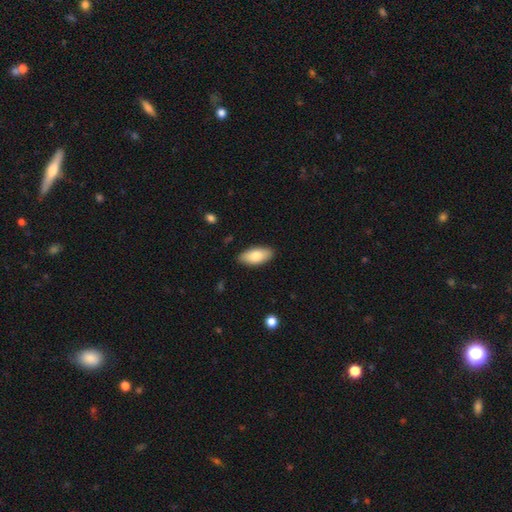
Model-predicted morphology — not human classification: Smooth or featured?
  - smooth: 80% *
  - featured or disk: 14%
  - star or artifact: 6%
How rounded?
  - in between: 90% *
  - cigar-shaped: 8%
  - round: 2%
Merging?
  - none: 87% *
  - minor disturbance: 10%
  - major disturbance: 2%
  - merger: 1%